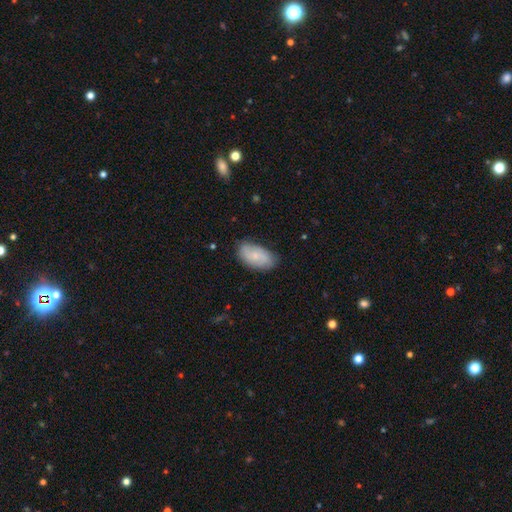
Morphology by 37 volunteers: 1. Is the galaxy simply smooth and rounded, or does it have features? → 59% smooth, 35% featured or disk, 5% star or artifact.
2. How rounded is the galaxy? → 95% in between, 5% cigar-shaped, 0% round.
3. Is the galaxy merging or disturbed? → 63% none, 34% minor disturbance, 3% major disturbance, 0% merger.